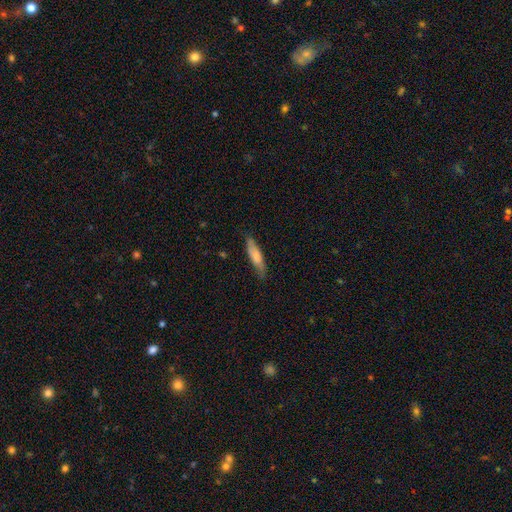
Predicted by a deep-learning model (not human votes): smooth_or_featured: smooth (p=0.68) [alt: featured or disk p=0.26]
how_rounded: cigar-shaped (p=0.74) [alt: in between p=0.24]
merging: none (p=0.77) [alt: minor disturbance p=0.18]